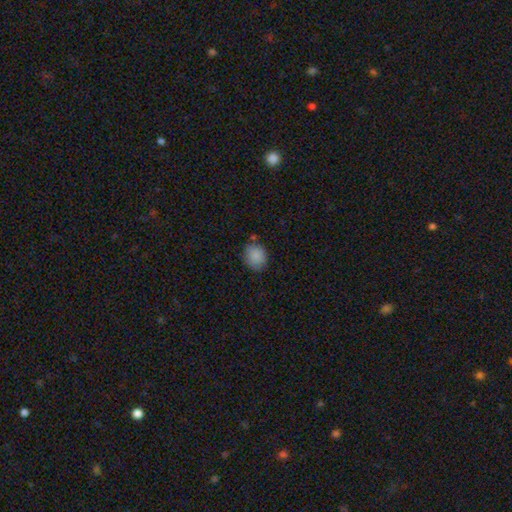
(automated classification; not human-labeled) This is clearly a smooth galaxy (88%). How rounded: possibly round (58%). Merging: likely none (76%).